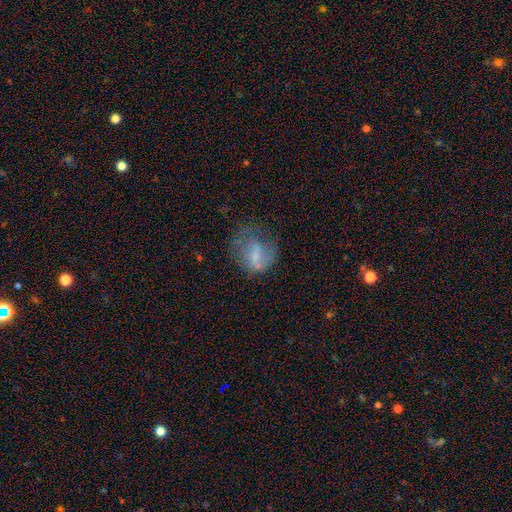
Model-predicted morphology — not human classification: Overall: smooth (53%; featured or disk 35%). How rounded: round (49%, tied with in between). Merging: major disturbance (35%; none 34%).